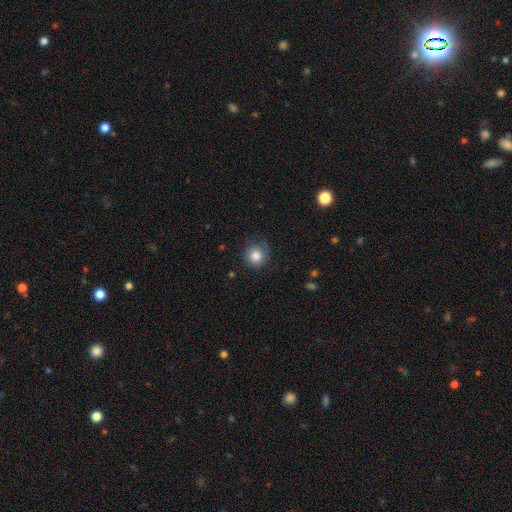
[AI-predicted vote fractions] A smooth galaxy with no disk features (83%) that is round (90%). Merging: none (70%).